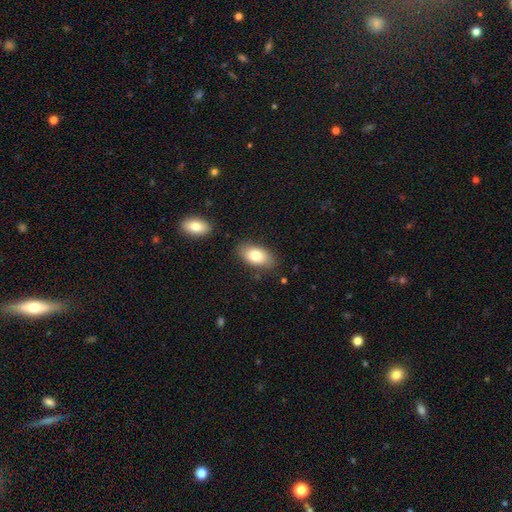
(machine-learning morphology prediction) Smooth or featured? Predicted: smooth (p=0.81). How rounded? Predicted: in between (p=0.93). Merging? Predicted: none (p=0.81).